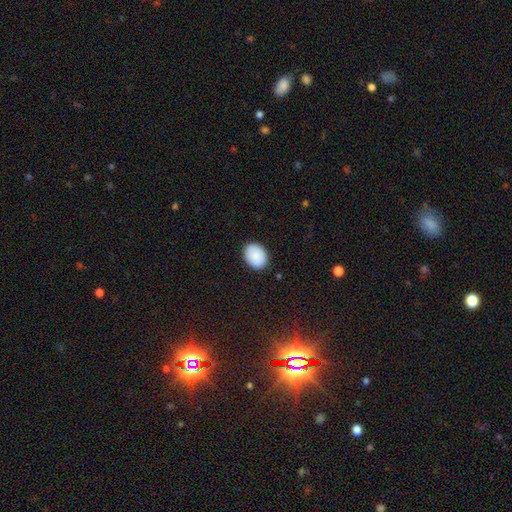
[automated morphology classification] smooth-or-featured: smooth: 90% | star or artifact: 7% | featured or disk: 4%
  how-rounded: in between: 69% | round: 30% | cigar-shaped: 1%
  merging: none: 88% | minor disturbance: 9% | major disturbance: 2% | merger: 1%